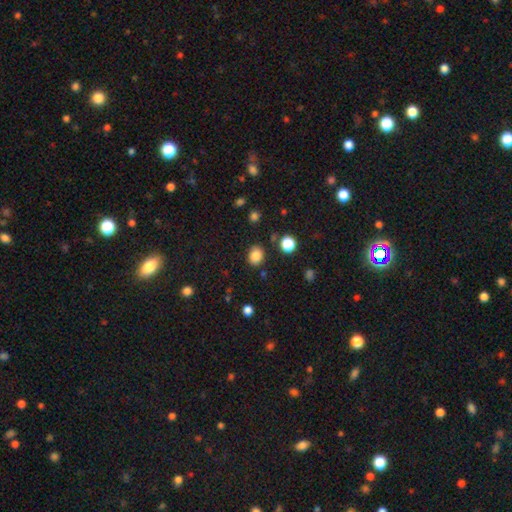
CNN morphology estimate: Smooth or featured? smooth (84%)
How rounded? round (58%)
Merging? none (83%)